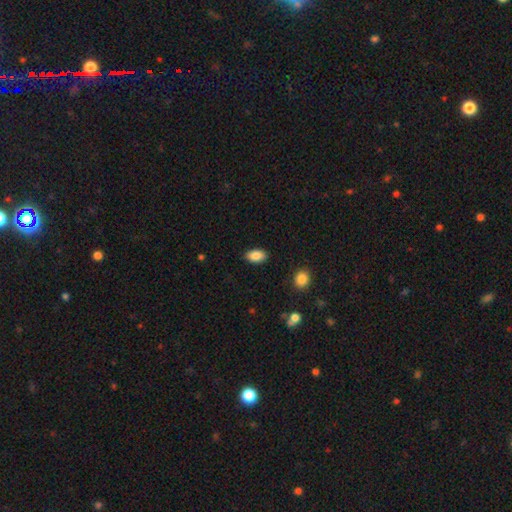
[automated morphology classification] Smooth or featured? Predicted: smooth (p=0.87). How rounded? Predicted: in between (p=0.92). Merging? Predicted: none (p=0.88).